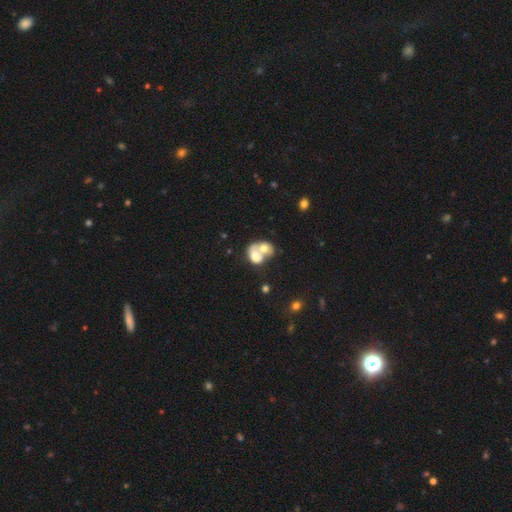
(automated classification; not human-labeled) A smooth galaxy with no disk features (60%) that is in between round and cigar-shaped (66%).

Vote fractions:
- Smooth or featured? smooth: 60% / featured or disk: 32% / star or artifact: 8%
- How rounded? in between: 66% / round: 33% / cigar-shaped: 1%
- Merging? merger: 77% / none: 11% / major disturbance: 6% / minor disturbance: 6%